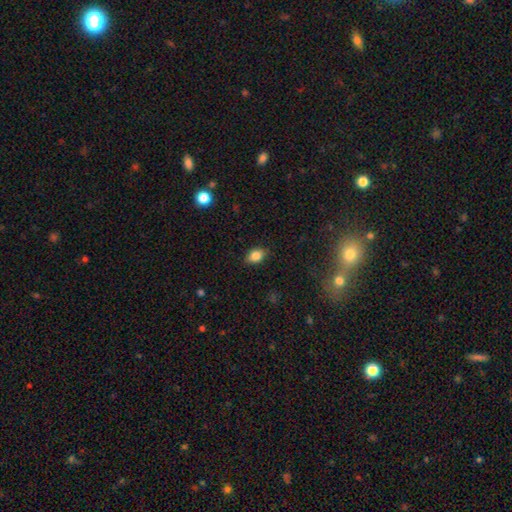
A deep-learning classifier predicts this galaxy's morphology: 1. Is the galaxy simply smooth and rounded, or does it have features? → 81% smooth, 10% featured or disk, 9% star or artifact.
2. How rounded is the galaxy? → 79% in between, 18% round, 3% cigar-shaped.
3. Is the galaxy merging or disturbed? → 85% none, 12% minor disturbance, 2% major disturbance, 1% merger.